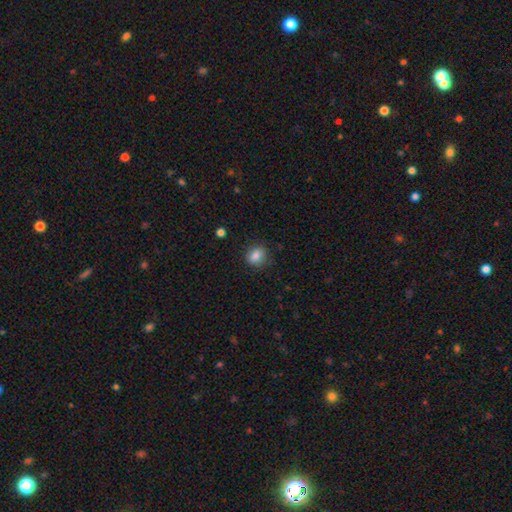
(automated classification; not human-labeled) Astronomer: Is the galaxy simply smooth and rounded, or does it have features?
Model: smooth — 84%.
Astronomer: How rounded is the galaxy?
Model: round — 61% (runner-up: in between, 38%).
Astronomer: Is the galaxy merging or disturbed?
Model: none — 82%.